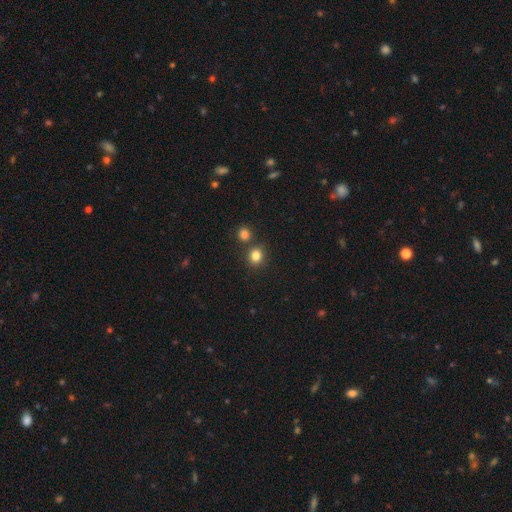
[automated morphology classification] smooth 82%, star or artifact 13%, featured or disk 5%. Down the decision tree: how rounded — round (81%); merging — none (75%).